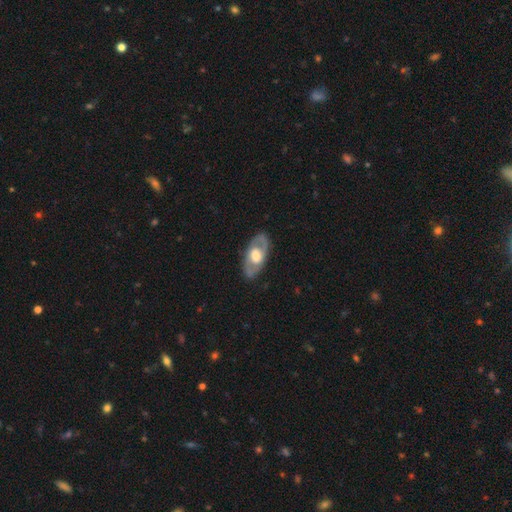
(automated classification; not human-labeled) Smooth or featured: featured or disk — 65% (smooth — 30%)
Edge-on disk: no — 86% (yes — 14%)
Bar: no — 67% (weak — 25%)
Spiral arms: no — 56% (yes — 44%)
Bulge size: large — 48% (moderate — 43%)
Merging: none — 84% (minor disturbance — 12%)